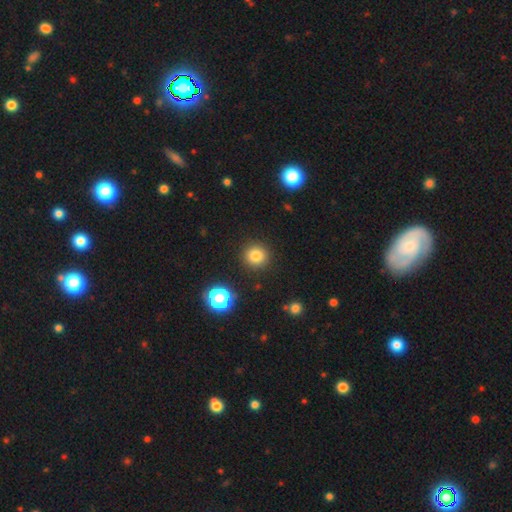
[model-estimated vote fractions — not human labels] Smooth or featured: smooth — 81% (star or artifact — 13%)
How rounded: round — 93% (in between — 6%)
Merging: none — 90% (minor disturbance — 6%)